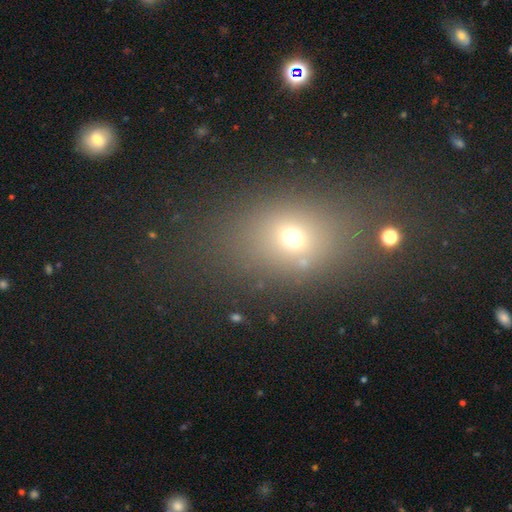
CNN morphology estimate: A smooth galaxy with no disk features (59%) that is in between round and cigar-shaped (60%).

Vote fractions:
- Smooth or featured? smooth: 59% / star or artifact: 27% / featured or disk: 14%
- How rounded? in between: 60% / round: 37% / cigar-shaped: 3%
- Merging? none: 78% / minor disturbance: 11% / major disturbance: 7% / merger: 4%